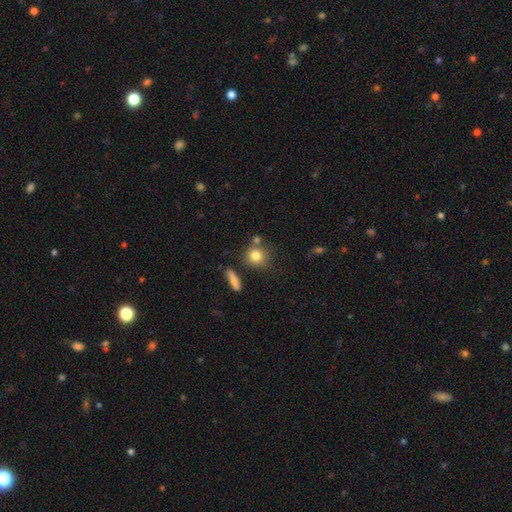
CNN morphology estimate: Smooth or featured? Predicted: smooth (p=0.81). How rounded? Predicted: round (p=0.82). Merging? Predicted: none (p=0.66).